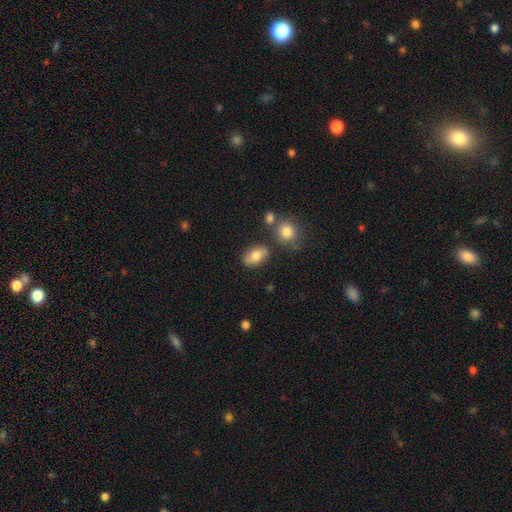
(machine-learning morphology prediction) Overall: smooth (81%). How rounded: in between (90%). Merging: none (78%).